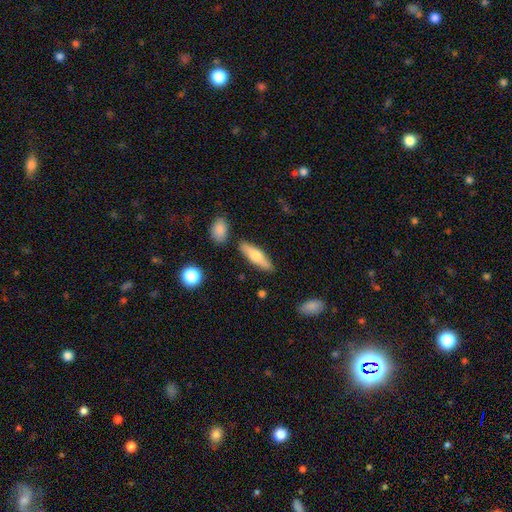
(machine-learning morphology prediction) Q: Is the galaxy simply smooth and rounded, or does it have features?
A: smooth — 62%.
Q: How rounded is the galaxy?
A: cigar-shaped — 54%.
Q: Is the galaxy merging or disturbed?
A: none — 83%.